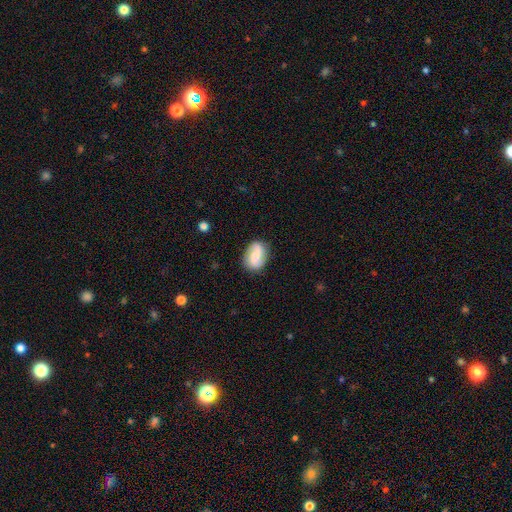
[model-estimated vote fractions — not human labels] Smooth or featured? featured or disk (63%)
Edge-on disk? no (98%)
Bar? no (47%)
Spiral arms? yes (94%)
Spiral winding? loose (44%)
Spiral arm count? 2 (90%)
Bulge size? moderate (38%, tied with small)
Merging? none (82%)